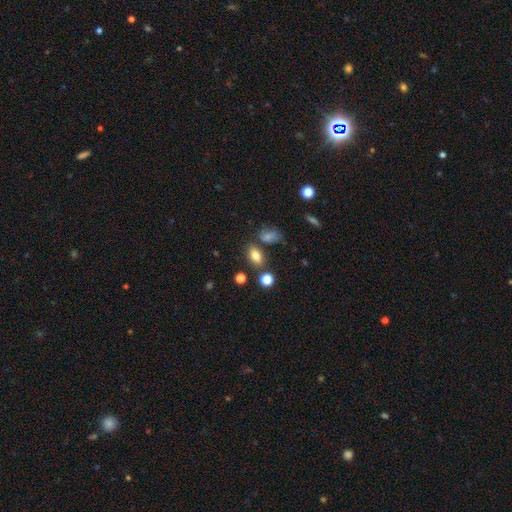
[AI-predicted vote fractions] A smooth galaxy with no disk features (79%) that is in between round and cigar-shaped (84%).

Vote fractions:
- Smooth or featured? smooth: 79% / star or artifact: 12% / featured or disk: 9%
- How rounded? in between: 84% / round: 13% / cigar-shaped: 4%
- Merging? none: 73% / minor disturbance: 13% / merger: 9% / major disturbance: 4%